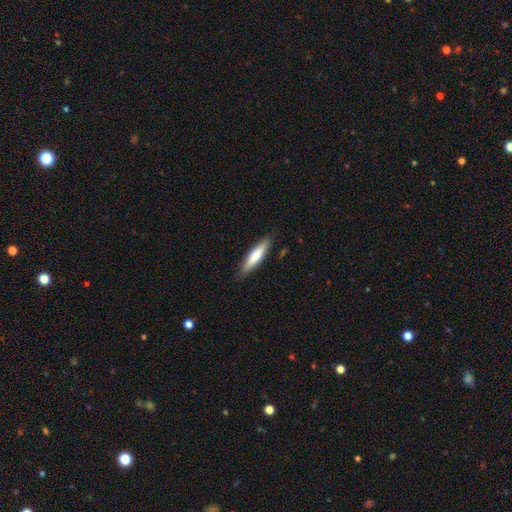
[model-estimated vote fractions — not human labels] Morphology: type=smooth (65%); roundness=cigar-shaped (77%); merging=none (87%).